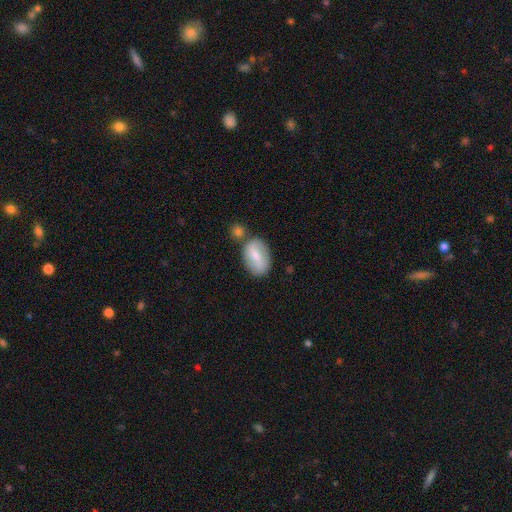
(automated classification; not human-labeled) Morphology: type=smooth (60%); roundness=in between (85%); merging=none (59%).